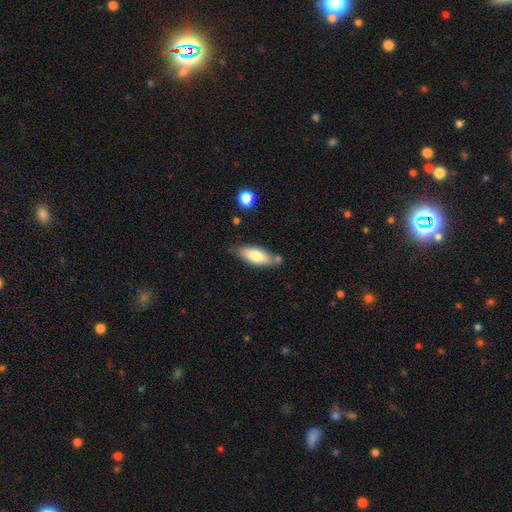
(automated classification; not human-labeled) smooth 76%, featured or disk 18%, star or artifact 6%. Down the decision tree: how rounded — in between (70%); merging — none (69%).